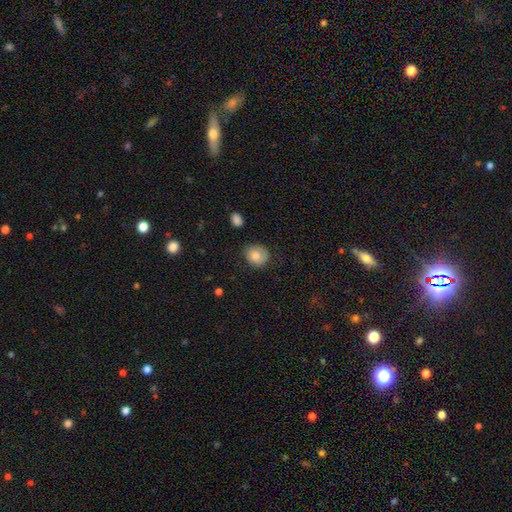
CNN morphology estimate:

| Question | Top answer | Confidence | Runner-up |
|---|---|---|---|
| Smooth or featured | smooth | 78% | featured or disk (14%) |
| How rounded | round | 73% | in between (26%) |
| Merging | none | 70% | minor disturbance (22%) |